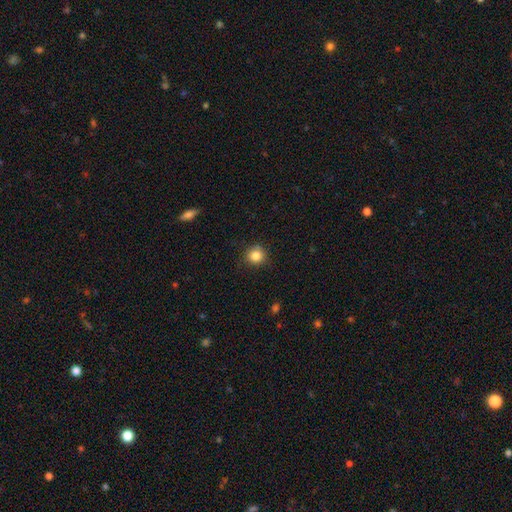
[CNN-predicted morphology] type=smooth (84%); roundness=round (91%); merging=none (85%).